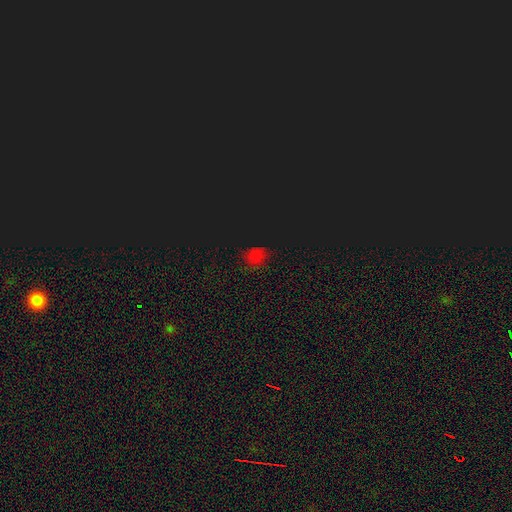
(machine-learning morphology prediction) The model was most divided on "smooth or featured": star or artifact: 48%, smooth: 46%, featured or disk: 6%.